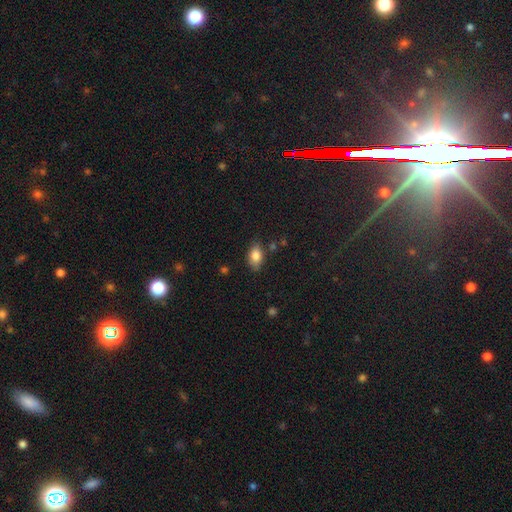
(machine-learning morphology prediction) A smooth galaxy with no disk features (83%) that is in between round and cigar-shaped (86%). Merging: none (77%).